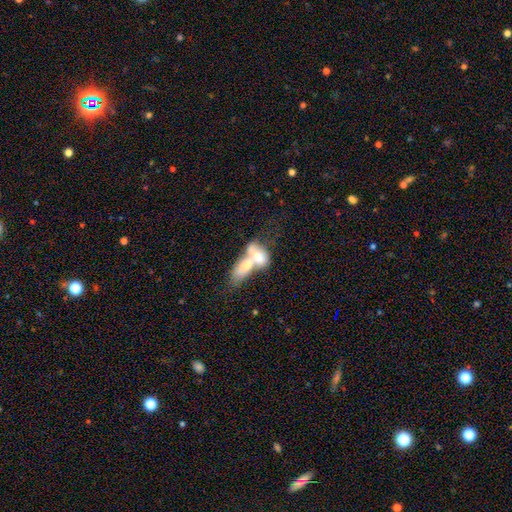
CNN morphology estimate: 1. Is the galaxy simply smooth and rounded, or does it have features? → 61% smooth, 32% featured or disk, 7% star or artifact.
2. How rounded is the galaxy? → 81% in between, 13% cigar-shaped, 6% round.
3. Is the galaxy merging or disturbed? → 79% merger, 9% none, 7% major disturbance, 5% minor disturbance.